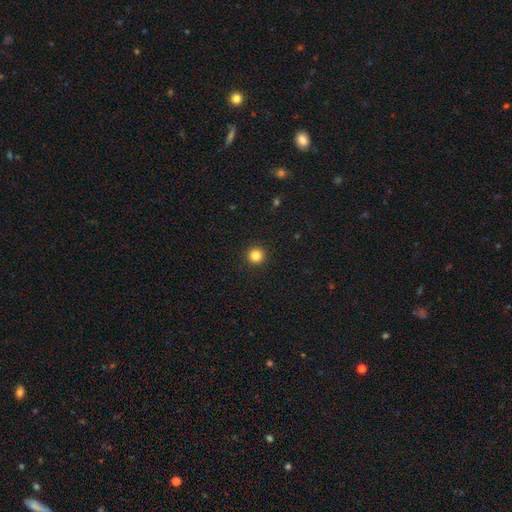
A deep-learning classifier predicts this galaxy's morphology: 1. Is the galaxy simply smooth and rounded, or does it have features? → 84% smooth, 12% star or artifact, 4% featured or disk.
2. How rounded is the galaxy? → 96% round, 3% in between, 1% cigar-shaped.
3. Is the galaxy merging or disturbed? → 93% none, 4% minor disturbance, 2% major disturbance, 1% merger.